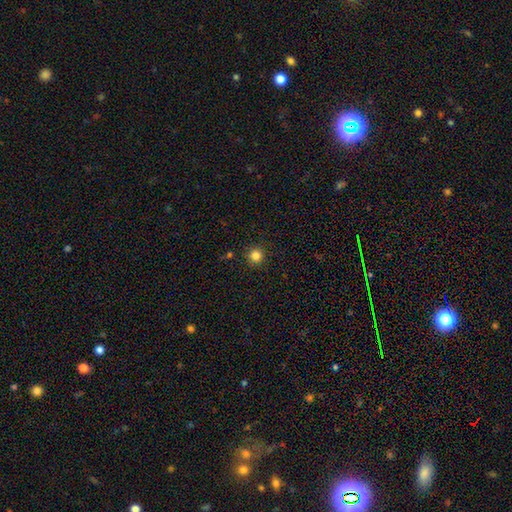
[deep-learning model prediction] Smooth or featured? Predicted: smooth (p=0.83). How rounded? Predicted: round (p=0.95). Merging? Predicted: none (p=0.91).